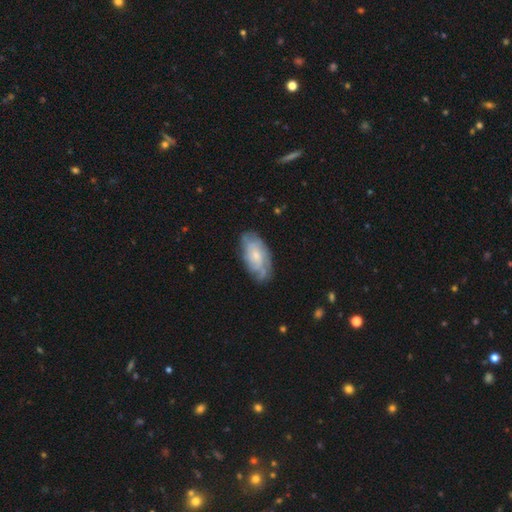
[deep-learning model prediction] Smooth or featured? Predicted: featured or disk (p=0.63). Edge-on disk? Predicted: no (p=0.93). Bar? Predicted: no (p=0.73). Spiral arms? Predicted: yes (p=0.86). Spiral winding? Predicted: tight (p=0.56). Spiral arm count? Predicted: can't tell (p=0.54). Bulge size? Predicted: small (p=0.59). Merging? Predicted: none (p=0.72).